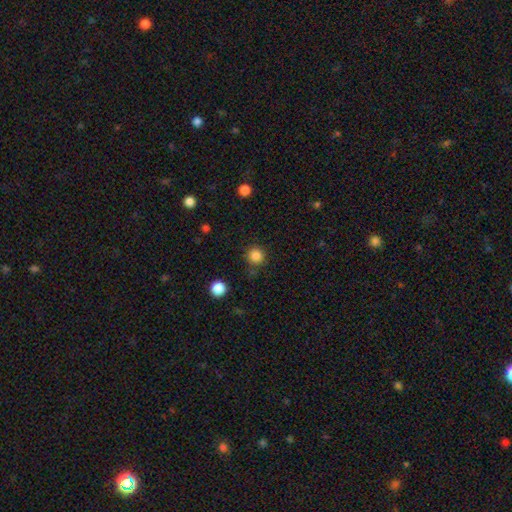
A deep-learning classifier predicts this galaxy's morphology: smooth_or_featured: smooth (p=0.84) [alt: star or artifact p=0.12]
how_rounded: round (p=0.95) [alt: in between p=0.04]
merging: none (p=0.85) [alt: minor disturbance p=0.09]